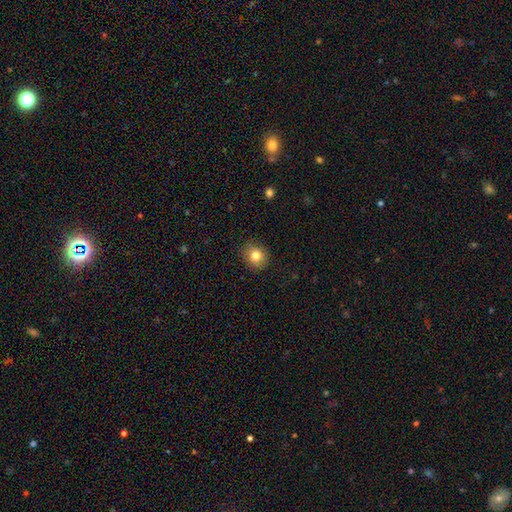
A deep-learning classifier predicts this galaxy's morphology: type=smooth (81%); roundness=round (78%); merging=none (86%).